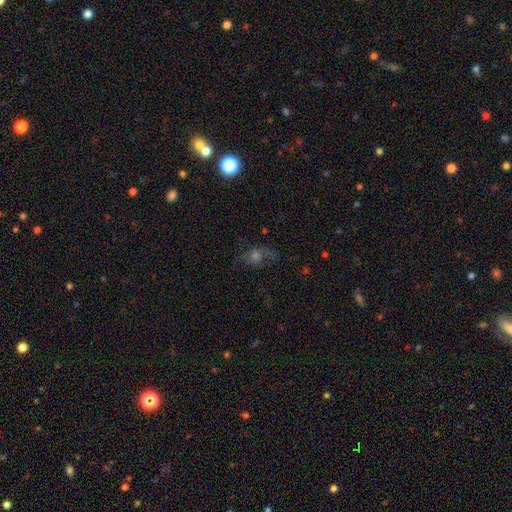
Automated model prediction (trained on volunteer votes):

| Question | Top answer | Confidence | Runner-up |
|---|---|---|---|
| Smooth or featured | smooth | 40% | featured or disk (32%) |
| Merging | none | 58% | minor disturbance (20%) |